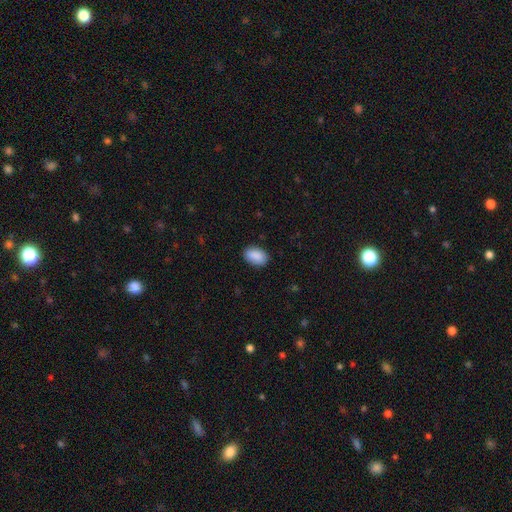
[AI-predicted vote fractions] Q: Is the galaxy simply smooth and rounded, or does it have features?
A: smooth — 90%.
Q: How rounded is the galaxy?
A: in between — 90%.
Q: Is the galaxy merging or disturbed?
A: none — 87%.